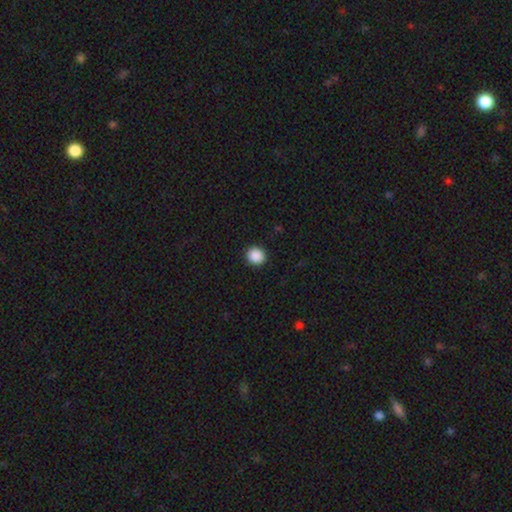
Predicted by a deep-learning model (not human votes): Q: Smooth or featured?
A: smooth (89%); runner-up: star or artifact (9%)
Q: How rounded?
A: round (90%); runner-up: in between (9%)
Q: Merging?
A: none (93%); runner-up: minor disturbance (5%)